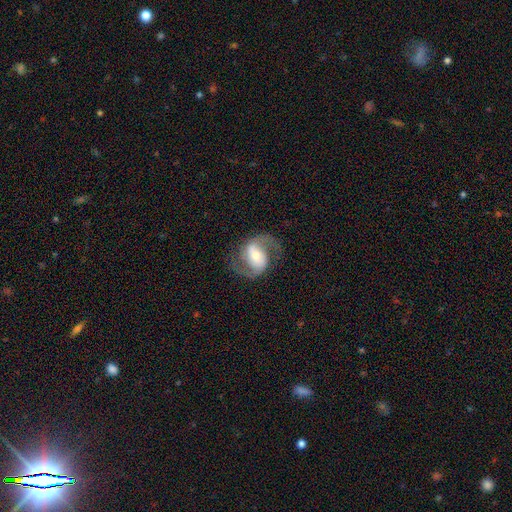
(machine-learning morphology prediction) Q: Smooth or featured?
A: featured or disk (87%); runner-up: smooth (8%)
Q: Edge-on disk?
A: no (98%); runner-up: yes (2%)
Q: Bar?
A: weak (40%); runner-up: no (31%)
Q: Spiral arms?
A: yes (96%); runner-up: no (4%)
Q: Spiral winding?
A: medium (53%); runner-up: loose (34%)
Q: Spiral arm count?
A: 2 (93%); runner-up: can't tell (2%)
Q: Bulge size?
A: moderate (50%); runner-up: small (37%)
Q: Merging?
A: none (77%); runner-up: minor disturbance (13%)